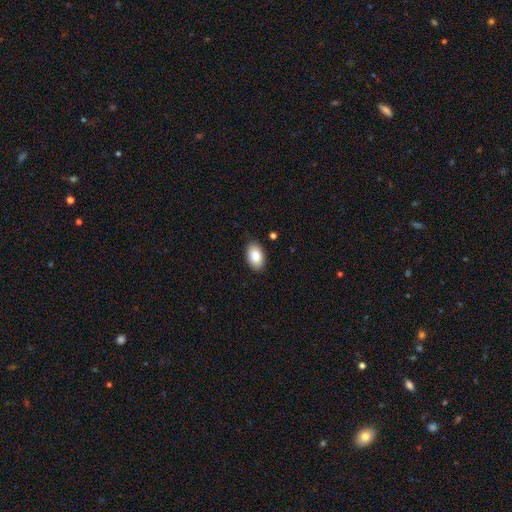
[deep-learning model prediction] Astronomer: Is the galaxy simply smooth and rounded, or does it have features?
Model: smooth — 84%.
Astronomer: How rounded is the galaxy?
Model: in between — 92%.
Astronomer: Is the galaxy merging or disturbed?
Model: none — 88%.